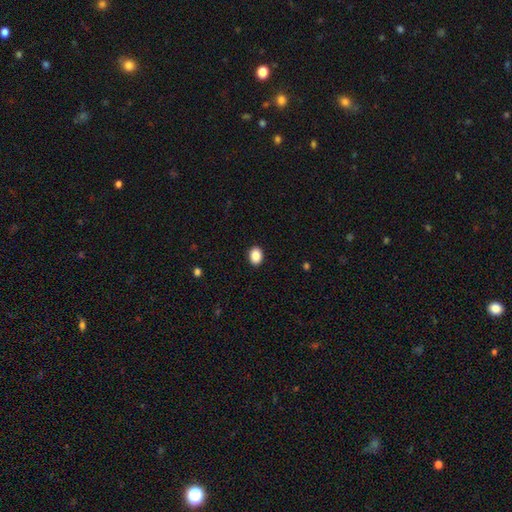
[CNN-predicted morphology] The model was most divided on "how rounded": in between: 61%, round: 39%, cigar-shaped: 1%. More confident: merging — none (91%); smooth or featured — smooth (88%).